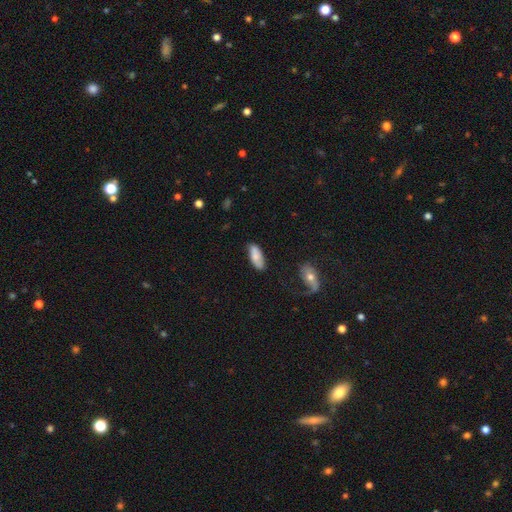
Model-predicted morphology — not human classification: A smooth galaxy with no disk features (70%) that is in between round and cigar-shaped (81%). Merging: none (74%).